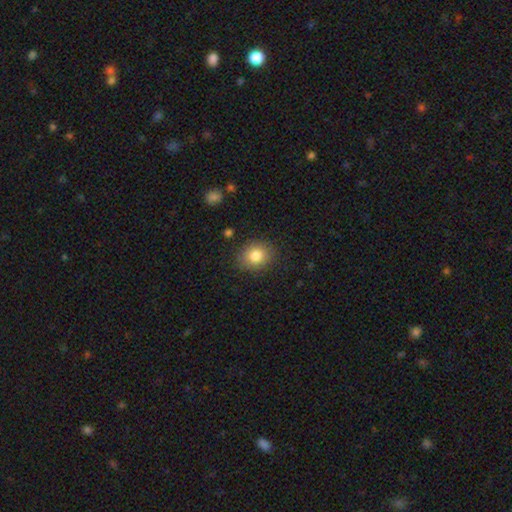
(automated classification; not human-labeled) This appears to be a smooth galaxy with no disk features (83%) that is round (61%). Merging: none (86%).